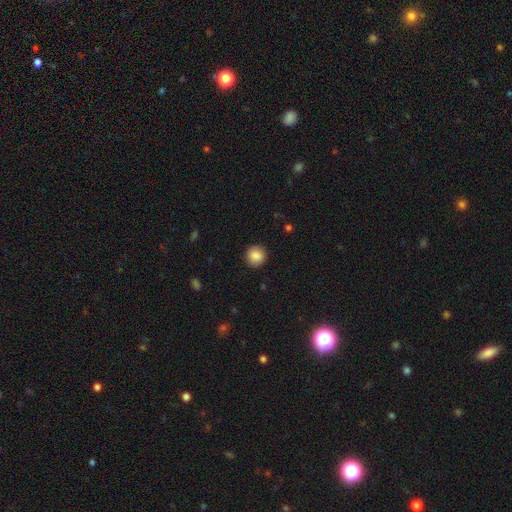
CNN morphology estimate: type=smooth (88%); roundness=round (90%); merging=none (89%).